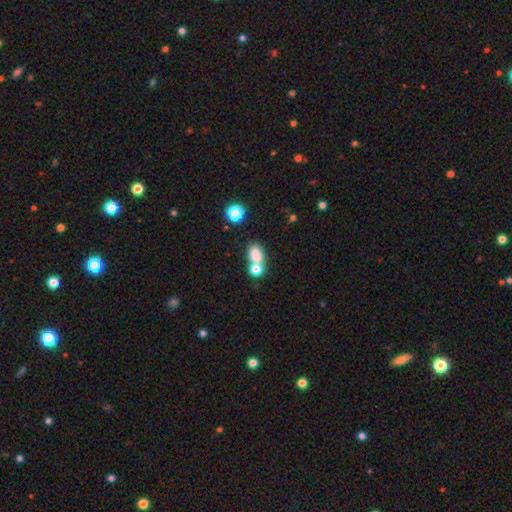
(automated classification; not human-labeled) Smooth or featured? smooth (79%)
How rounded? in between (65%)
Merging? none (45%)